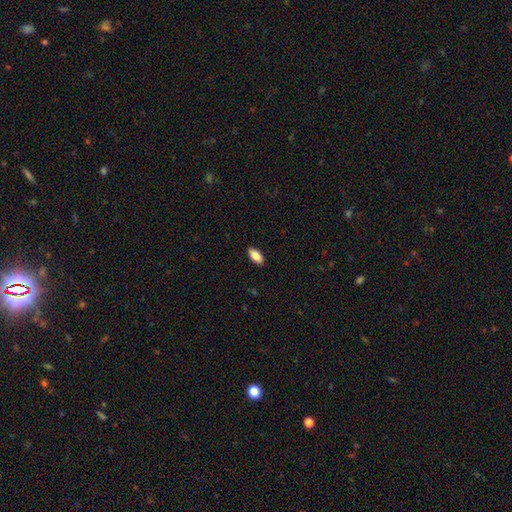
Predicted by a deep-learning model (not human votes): Smooth or featured? Predicted: smooth (p=0.85). How rounded? Predicted: in between (p=0.90). Merging? Predicted: none (p=0.90).